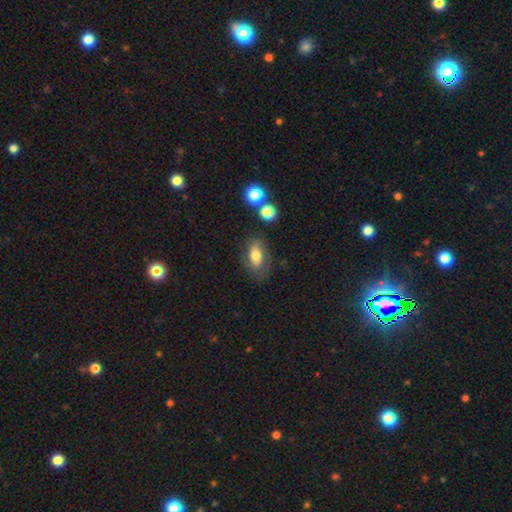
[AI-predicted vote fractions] A smooth galaxy with no disk features (62%) that is in between round and cigar-shaped (86%). Merging: none (66%).